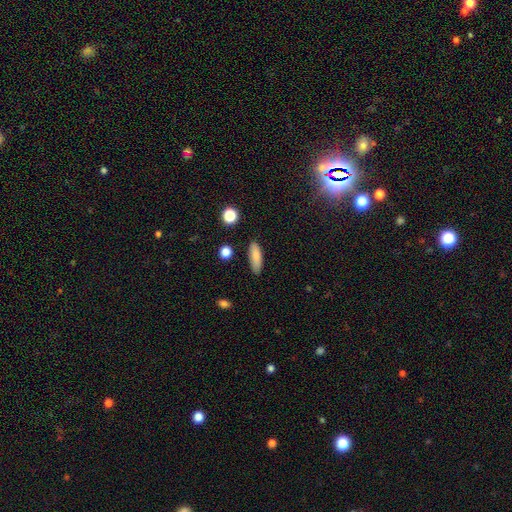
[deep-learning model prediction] Smooth or featured: smooth — 83% (featured or disk — 9%)
How rounded: in between — 51% (cigar-shaped — 46%)
Merging: none — 85% (minor disturbance — 11%)